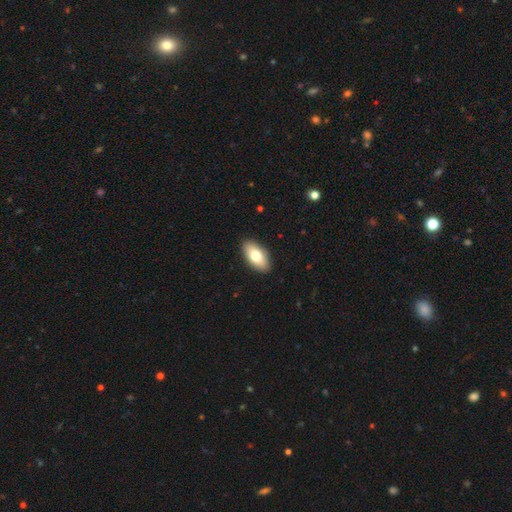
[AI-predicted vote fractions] This is likely a smooth galaxy (75%). How rounded: clearly in between (93%). Merging: clearly none (90%).